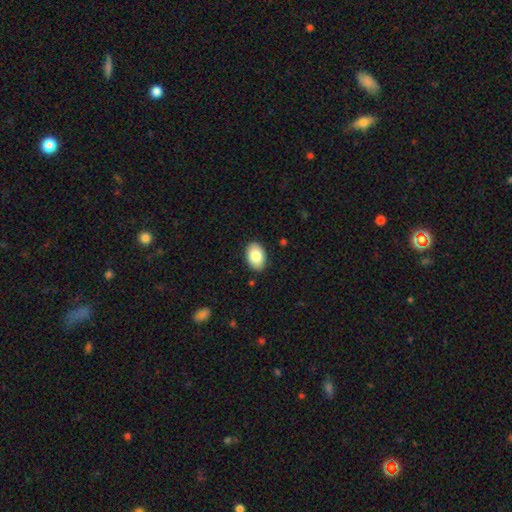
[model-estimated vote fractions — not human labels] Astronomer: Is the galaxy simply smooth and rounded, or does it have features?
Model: smooth — 84%.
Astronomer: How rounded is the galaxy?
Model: in between — 88%.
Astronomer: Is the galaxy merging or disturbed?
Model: none — 89%.